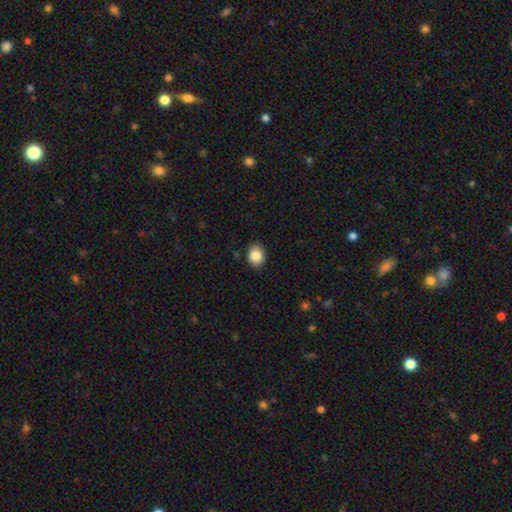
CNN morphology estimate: smooth-or-featured: smooth: 86% | star or artifact: 8% | featured or disk: 5%
  how-rounded: in between: 60% | round: 39% | cigar-shaped: 1%
  merging: none: 87% | minor disturbance: 9% | major disturbance: 2% | merger: 1%